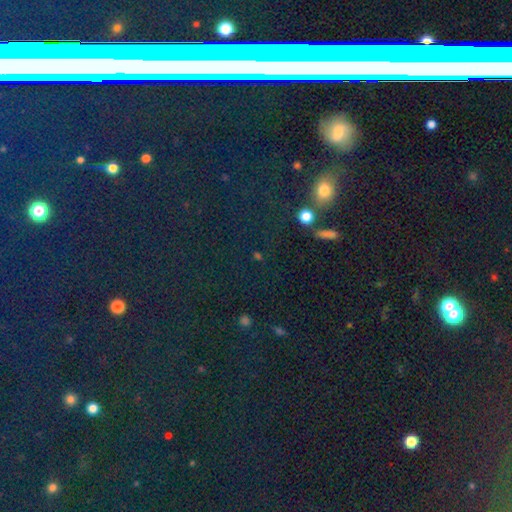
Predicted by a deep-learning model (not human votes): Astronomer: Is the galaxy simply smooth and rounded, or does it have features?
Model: star or artifact — 63%.